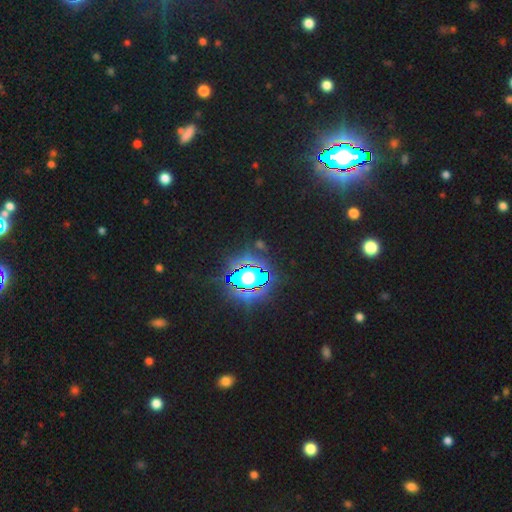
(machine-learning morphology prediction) Smooth or featured? Predicted: star or artifact (p=0.82).